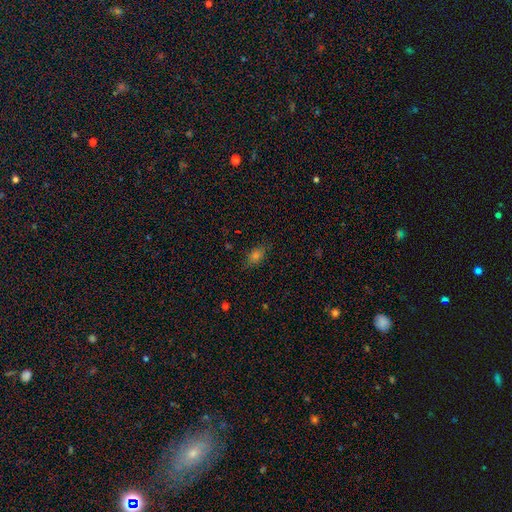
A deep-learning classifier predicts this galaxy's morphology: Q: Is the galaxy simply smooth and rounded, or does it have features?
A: smooth — 63%.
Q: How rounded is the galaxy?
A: in between — 78%.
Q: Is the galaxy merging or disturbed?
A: none — 82%.